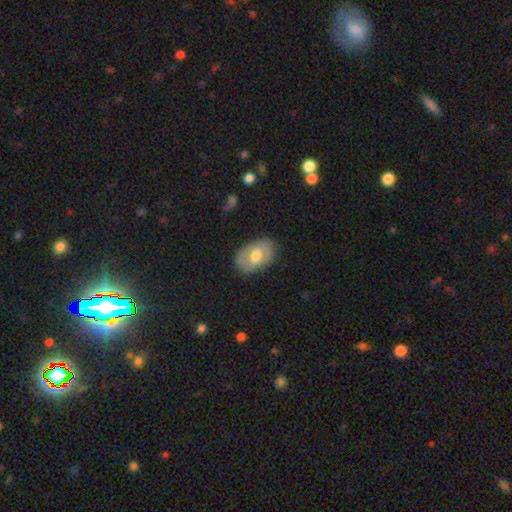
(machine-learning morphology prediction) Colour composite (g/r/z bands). It shows a smooth galaxy with no disk features (50%) that is in between round and cigar-shaped (86%). Merging: none (76%).